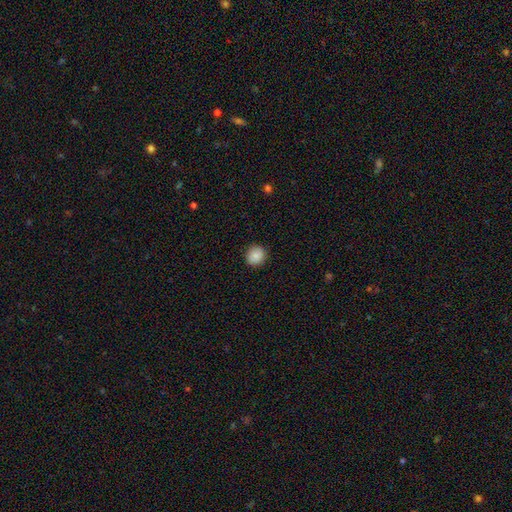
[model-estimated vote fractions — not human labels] Smooth or featured: smooth — 87% (star or artifact — 8%)
How rounded: round — 86% (in between — 13%)
Merging: none — 90% (minor disturbance — 8%)